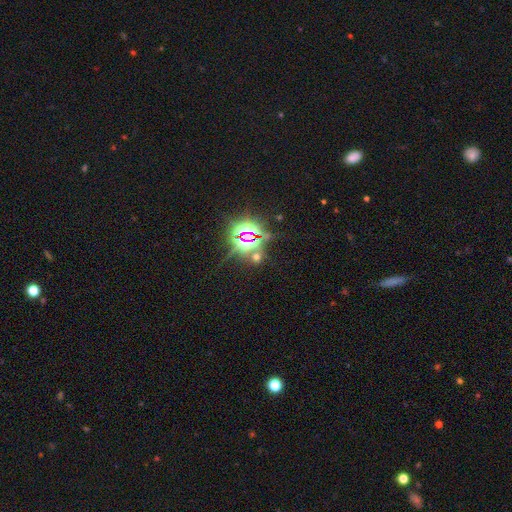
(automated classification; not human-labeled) smooth_or_featured: star or artifact (p=0.83) [alt: smooth p=0.09]